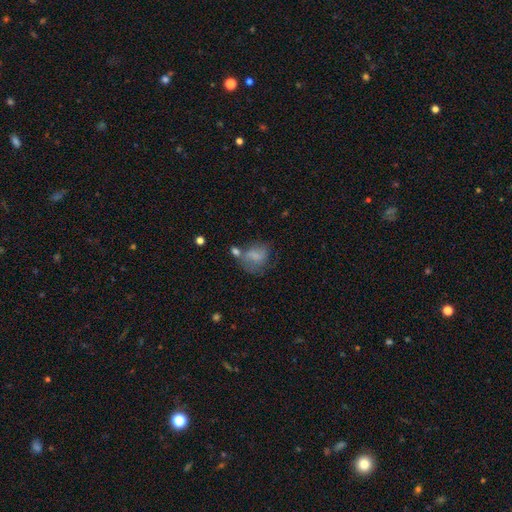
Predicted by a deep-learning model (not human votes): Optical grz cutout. It shows a smooth galaxy with no disk features (68%) that is in between round and cigar-shaped (53%). Merging: none (35%).